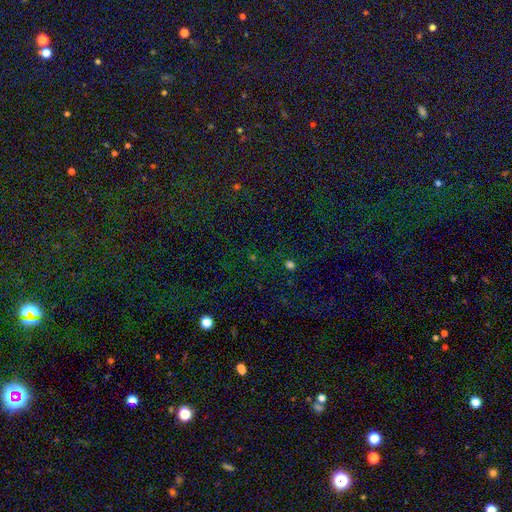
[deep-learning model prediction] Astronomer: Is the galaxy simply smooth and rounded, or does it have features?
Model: star or artifact — 78%.